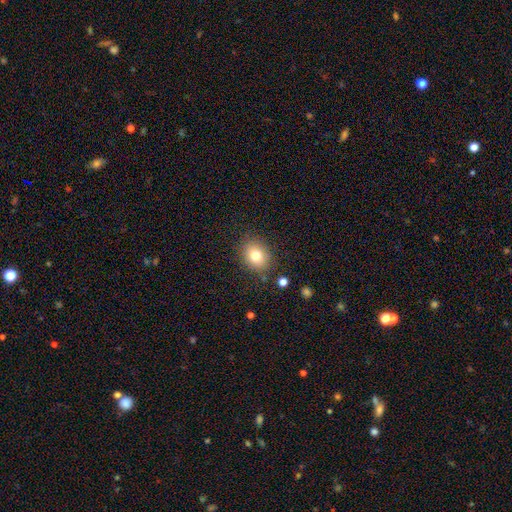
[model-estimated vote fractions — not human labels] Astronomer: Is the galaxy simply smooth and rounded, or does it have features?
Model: smooth — 78%.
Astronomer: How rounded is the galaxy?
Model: round — 60% (runner-up: in between, 39%).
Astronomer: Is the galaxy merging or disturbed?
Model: none — 83%.